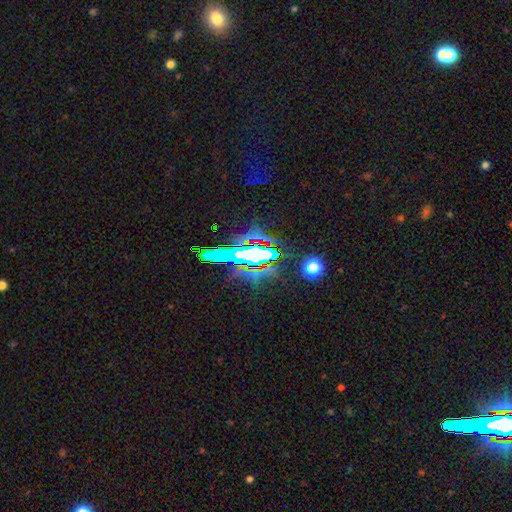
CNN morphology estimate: smooth_or_featured: star or artifact (p=0.59) [alt: featured or disk p=0.22]